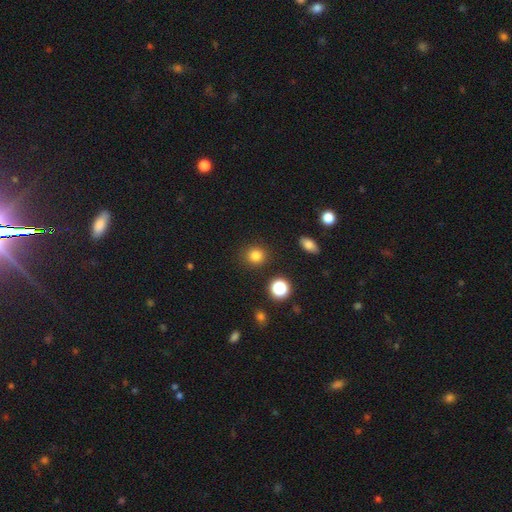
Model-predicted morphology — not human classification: This is clearly a smooth galaxy (82%). How rounded: clearly round (87%). Merging: clearly none (89%).